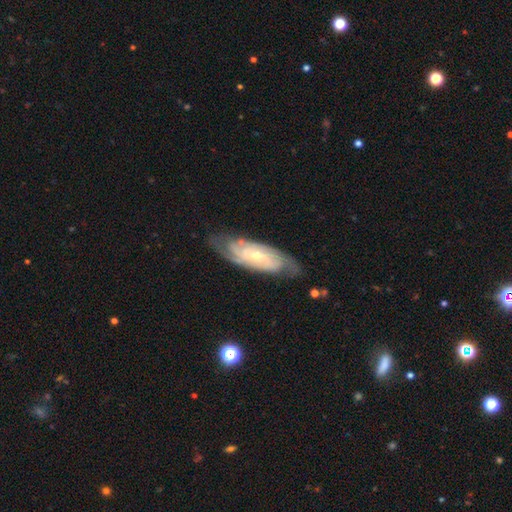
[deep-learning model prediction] Q: Smooth or featured?
A: featured or disk (81%); runner-up: smooth (13%)
Q: Edge-on disk?
A: no (89%); runner-up: yes (11%)
Q: Bar?
A: no (54%); runner-up: weak (36%)
Q: Spiral arms?
A: yes (94%); runner-up: no (6%)
Q: Spiral winding?
A: tight (63%); runner-up: medium (30%)
Q: Spiral arm count?
A: can't tell (37%); runner-up: 2 (29%)
Q: Bulge size?
A: small (59%); runner-up: moderate (36%)
Q: Merging?
A: none (74%); runner-up: minor disturbance (19%)